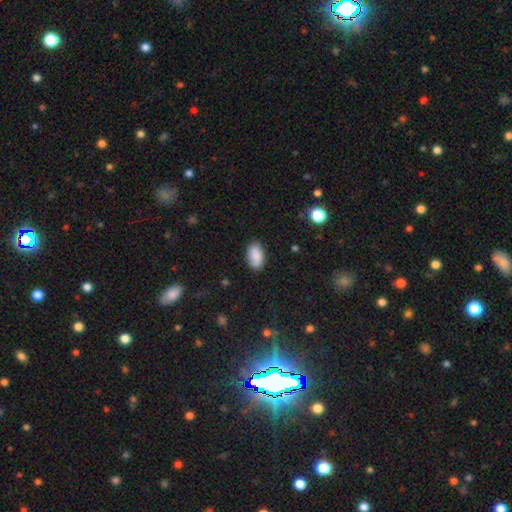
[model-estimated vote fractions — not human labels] Smooth or featured? Predicted: smooth (p=0.88). How rounded? Predicted: in between (p=0.94). Merging? Predicted: none (p=0.86).